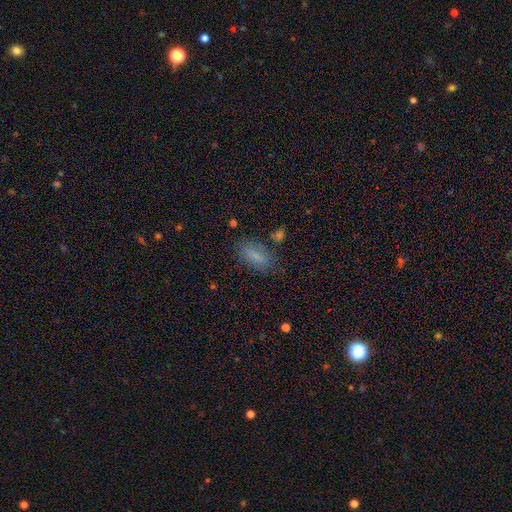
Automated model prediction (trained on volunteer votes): This is likely a smooth galaxy (73%). How rounded: likely in between (80%). Merging: likely none (75%).